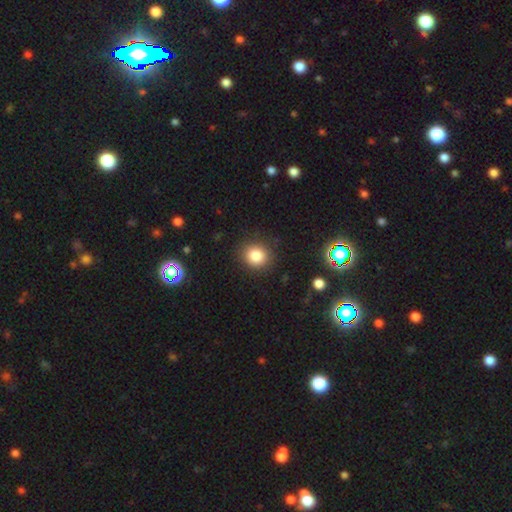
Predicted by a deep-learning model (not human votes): smooth_or_featured: smooth (p=0.82) [alt: star or artifact p=0.12]
how_rounded: round (p=0.83) [alt: in between p=0.16]
merging: none (p=0.88) [alt: minor disturbance p=0.08]